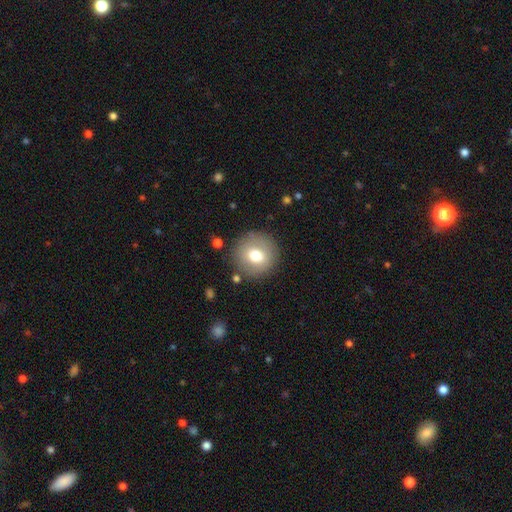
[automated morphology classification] A smooth galaxy with no disk features (71%) that is round (94%). Merging: none (87%).